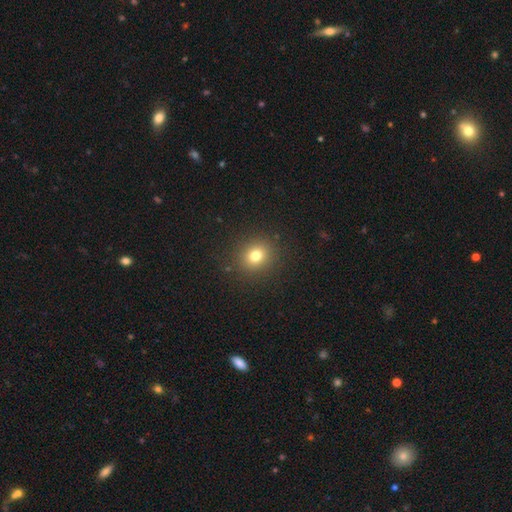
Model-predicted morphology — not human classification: A smooth galaxy with no disk features (77%) that is round (79%).

Vote fractions:
- Smooth or featured? smooth: 77% / star or artifact: 15% / featured or disk: 8%
- How rounded? round: 79% / in between: 20% / cigar-shaped: 1%
- Merging? none: 89% / minor disturbance: 7% / major disturbance: 3% / merger: 1%